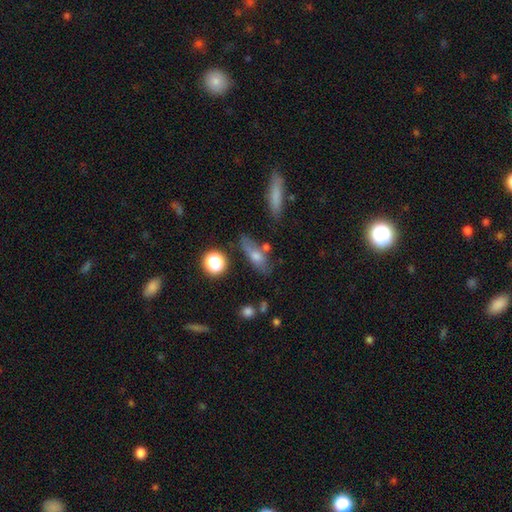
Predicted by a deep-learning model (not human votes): This is likely a smooth galaxy (64%). How rounded: possibly in between (53%). Merging: likely none (62%).